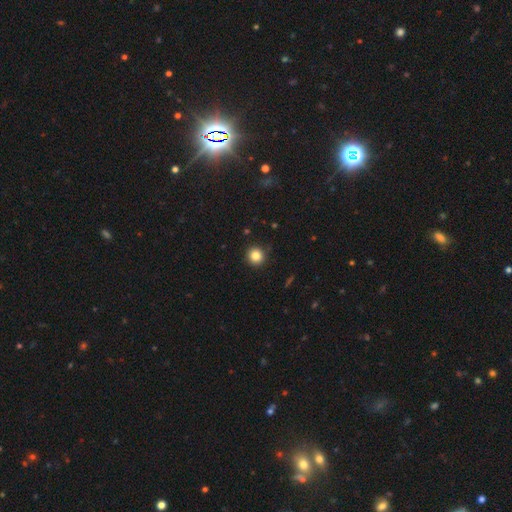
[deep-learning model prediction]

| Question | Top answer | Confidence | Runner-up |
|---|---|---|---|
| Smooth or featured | smooth | 84% | star or artifact (11%) |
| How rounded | round | 94% | in between (5%) |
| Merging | none | 90% | minor disturbance (7%) |